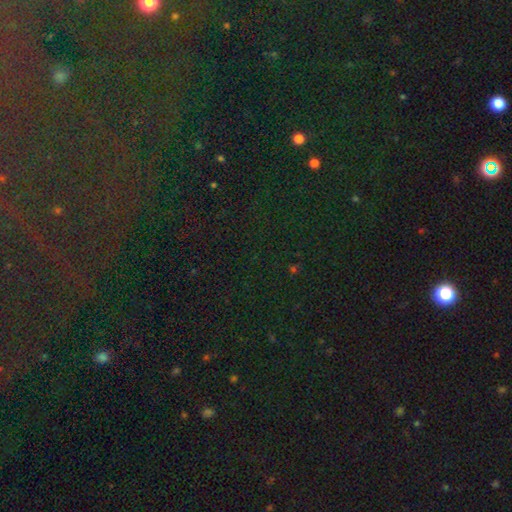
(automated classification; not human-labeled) Q: Smooth or featured?
A: star or artifact (81%); runner-up: smooth (11%)